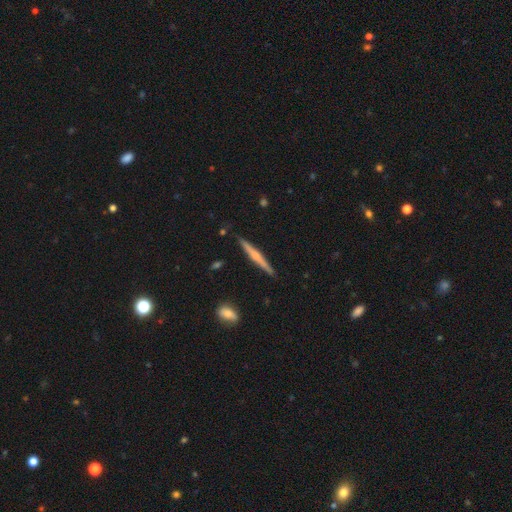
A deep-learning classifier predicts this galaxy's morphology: Smooth or featured?
  - featured or disk: 61% *
  - smooth: 33%
  - star or artifact: 6%
Edge-on disk?
  - yes: 98% *
  - no: 2%
Edge-on bulge?
  - rounded: 70% *
  - none: 23%
  - boxy: 7%
Merging?
  - none: 90% *
  - minor disturbance: 8%
  - merger: 1%
  - major disturbance: 1%